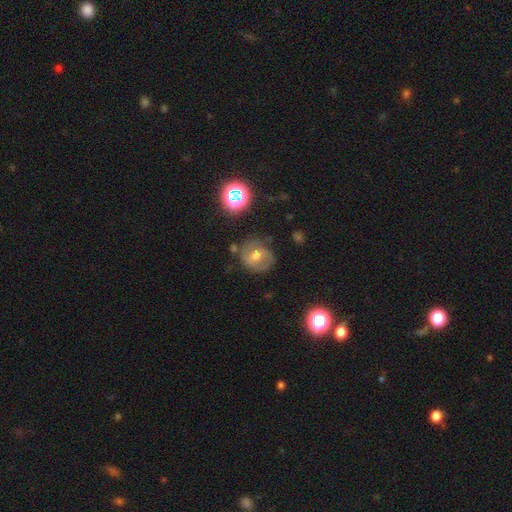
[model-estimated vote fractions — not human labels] A featured or disk galaxy (48%).

Vote fractions:
- Smooth or featured? featured or disk: 48% / smooth: 39% / star or artifact: 13%
- Merging? none: 64% / minor disturbance: 22% / major disturbance: 10% / merger: 4%